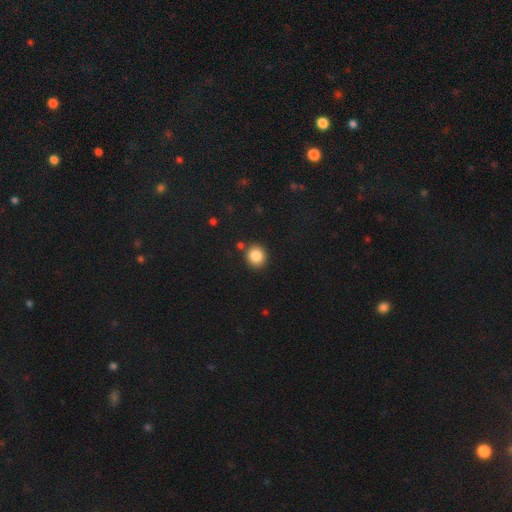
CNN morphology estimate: Overall: smooth (85%). How rounded: round (82%). Merging: none (84%).